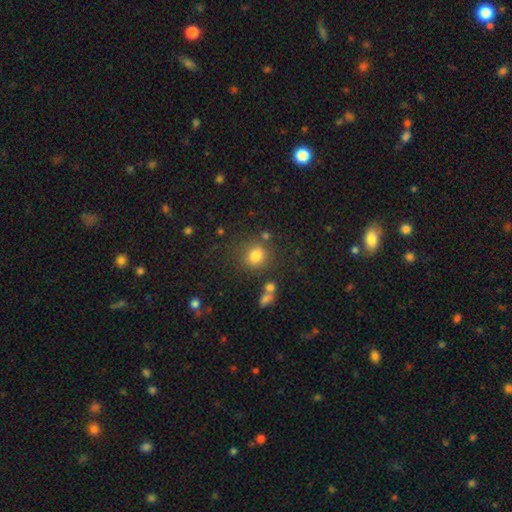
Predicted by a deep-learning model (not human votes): This is likely a smooth galaxy (78%). How rounded: likely round (70%). Merging: likely none (72%).